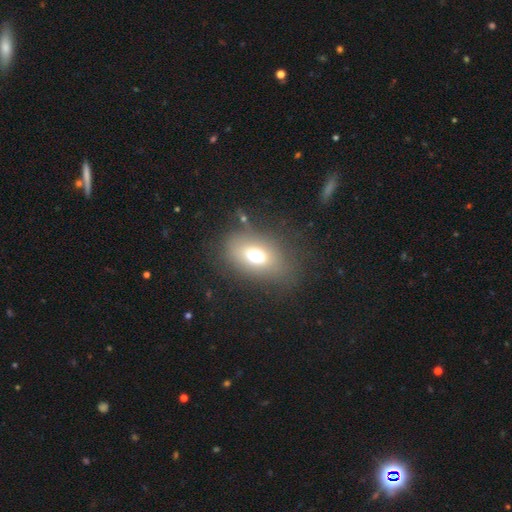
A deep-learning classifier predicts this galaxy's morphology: Smooth or featured? Predicted: smooth (p=0.67). How rounded? Predicted: in between (p=0.77). Merging? Predicted: none (p=0.71).